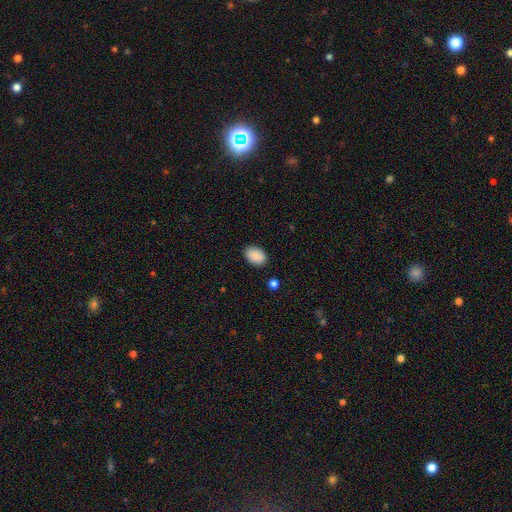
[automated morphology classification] A smooth galaxy with no disk features (90%) that is in between round and cigar-shaped (86%).

Vote fractions:
- Smooth or featured? smooth: 90% / star or artifact: 7% / featured or disk: 3%
- How rounded? in between: 86% / round: 12% / cigar-shaped: 1%
- Merging? none: 87% / minor disturbance: 9% / major disturbance: 2% / merger: 1%